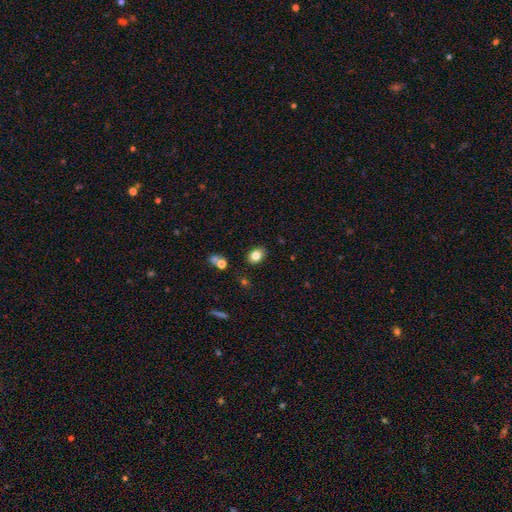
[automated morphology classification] The model was most divided on "how rounded": in between: 69%, round: 30%, cigar-shaped: 1%. More confident: merging — none (86%); smooth or featured — smooth (81%).